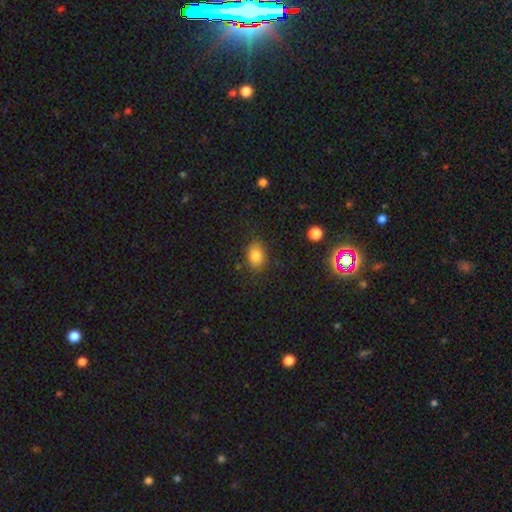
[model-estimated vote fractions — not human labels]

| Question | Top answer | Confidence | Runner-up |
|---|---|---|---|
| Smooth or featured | smooth | 83% | star or artifact (10%) |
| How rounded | in between | 71% | round (28%) |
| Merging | none | 80% | minor disturbance (14%) |